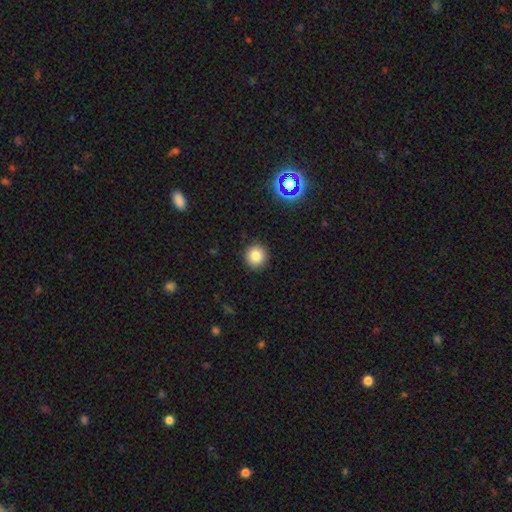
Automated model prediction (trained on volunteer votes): Overall: smooth (83%). How rounded: round (93%). Merging: none (91%).